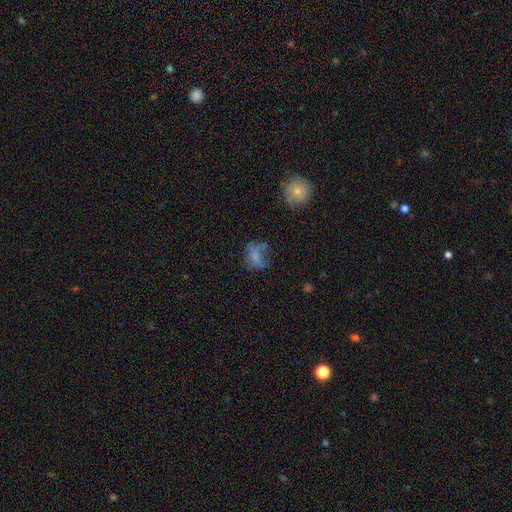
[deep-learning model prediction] A smooth galaxy with no disk features (51%) that is in between round and cigar-shaped (59%). Merging: none (46%).